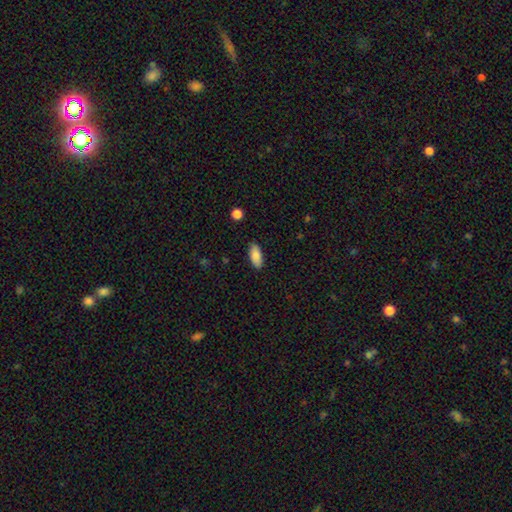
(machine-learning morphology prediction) Smooth or featured: smooth — 85% (featured or disk — 8%)
How rounded: in between — 87% (cigar-shaped — 11%)
Merging: none — 88% (minor disturbance — 9%)